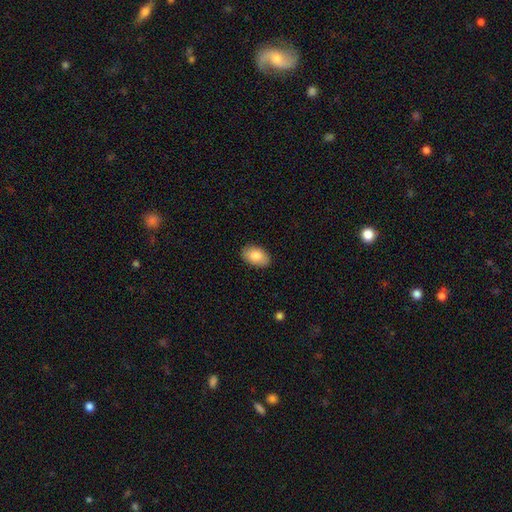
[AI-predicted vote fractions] smooth-or-featured: smooth: 85% | featured or disk: 8% | star or artifact: 6%
  how-rounded: in between: 90% | round: 9% | cigar-shaped: 1%
  merging: none: 88% | minor disturbance: 9% | major disturbance: 2% | merger: 1%